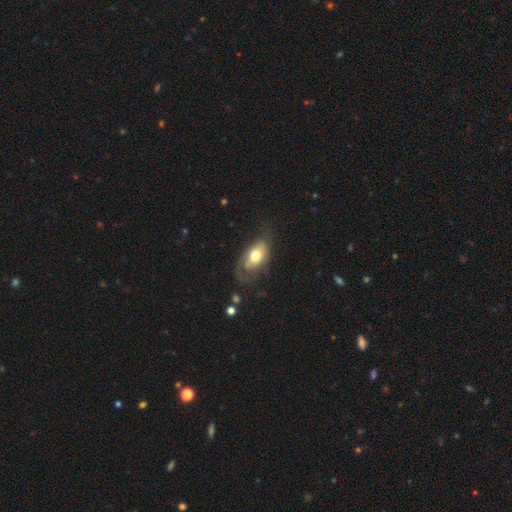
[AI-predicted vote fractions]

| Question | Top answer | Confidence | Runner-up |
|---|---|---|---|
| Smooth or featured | smooth | 54% | featured or disk (39%) |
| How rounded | in between | 89% | round (8%) |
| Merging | none | 41% | major disturbance (30%) |